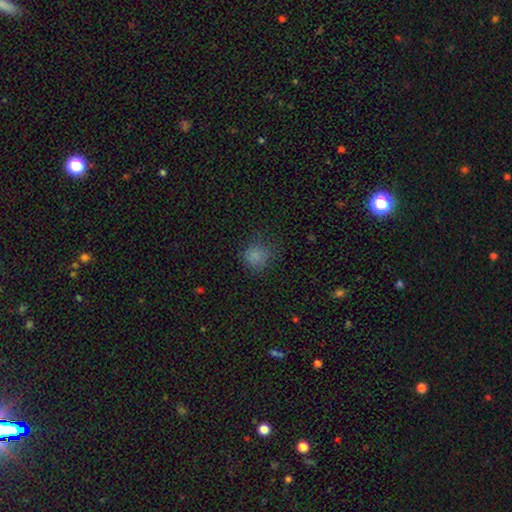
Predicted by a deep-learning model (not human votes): This is likely a smooth galaxy (78%). How rounded: clearly round (84%). Merging: likely none (73%).